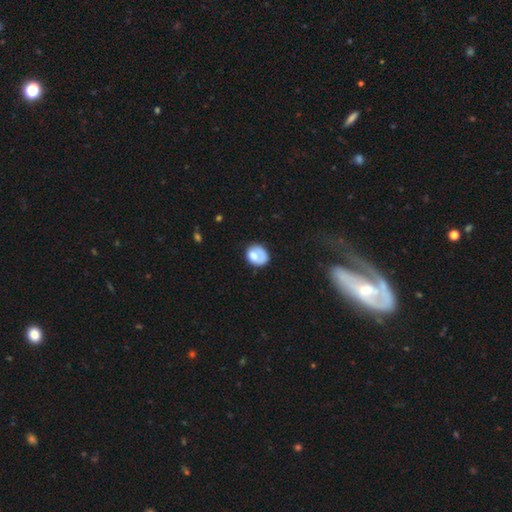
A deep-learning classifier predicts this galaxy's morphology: Smooth or featured? smooth (70%)
How rounded? round (55%)
Merging? none (55%)